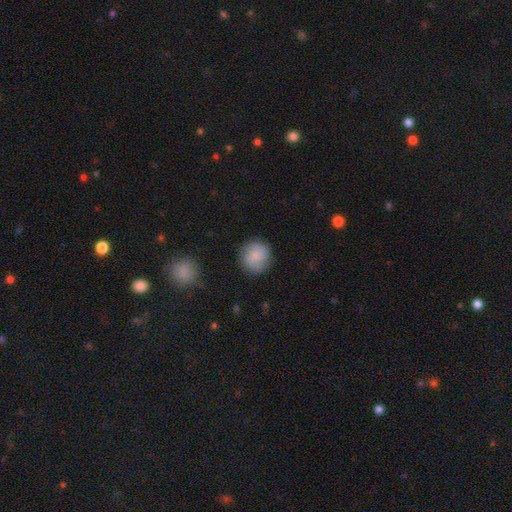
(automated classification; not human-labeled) A smooth galaxy with no disk features (64%) that is round (89%). Merging: none (77%).